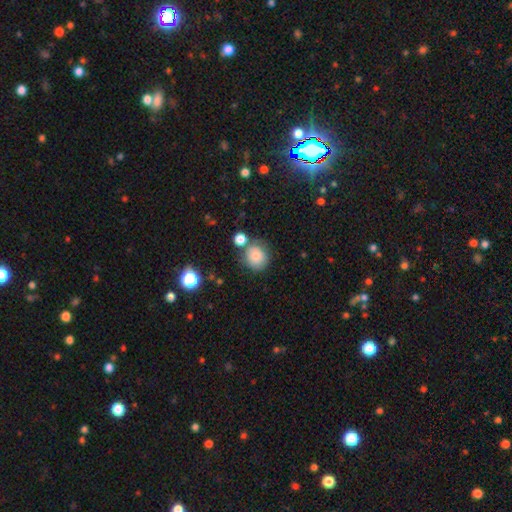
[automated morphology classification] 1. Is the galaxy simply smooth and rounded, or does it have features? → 80% smooth, 10% star or artifact, 10% featured or disk.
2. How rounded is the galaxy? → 84% round, 15% in between, 1% cigar-shaped.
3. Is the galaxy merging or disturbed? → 64% none, 16% merger, 15% minor disturbance, 5% major disturbance.